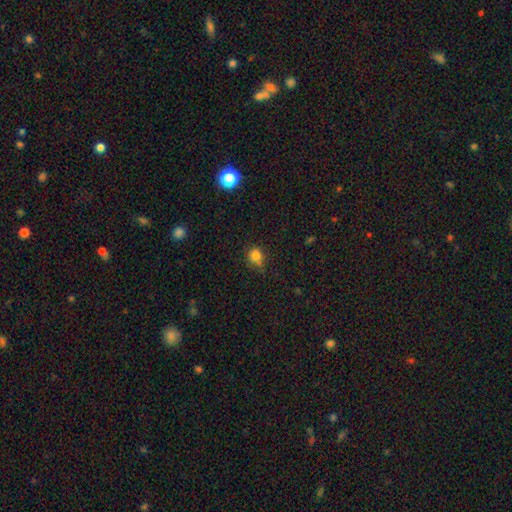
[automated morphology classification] This appears to be a smooth galaxy with no disk features (80%) that is round (82%). Merging: none (64%).